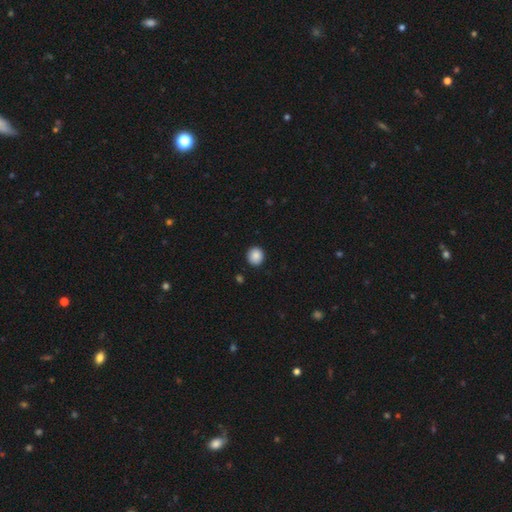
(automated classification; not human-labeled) Morphology: type=smooth (88%); roundness=round (91%); merging=none (91%).